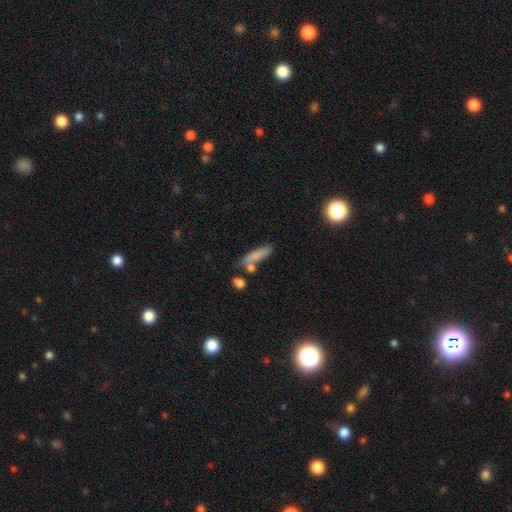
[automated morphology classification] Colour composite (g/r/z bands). It shows a smooth galaxy with no disk features (78%) that is cigar-shaped (62%). Merging: none (60%).